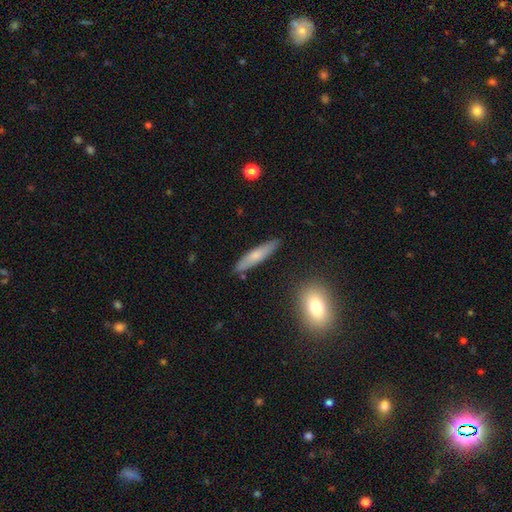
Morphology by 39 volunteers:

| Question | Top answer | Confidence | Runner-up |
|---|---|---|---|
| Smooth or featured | smooth | 67% | featured or disk (31%) |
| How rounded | cigar-shaped | 88% | in between (12%) |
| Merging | none | 95% | minor disturbance (3%) |